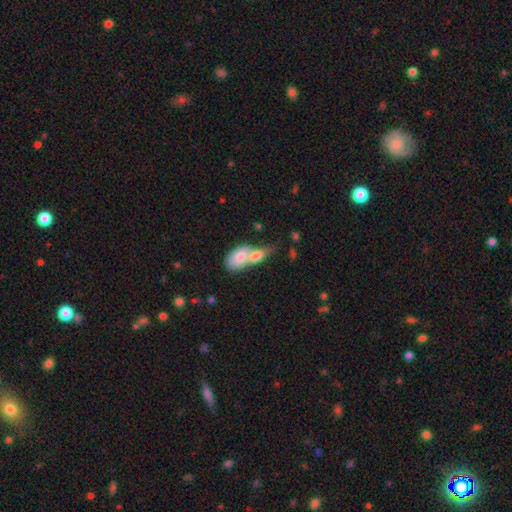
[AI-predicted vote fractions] A smooth galaxy with no disk features (74%) that is in between round and cigar-shaped (79%). Merging: merger (76%).